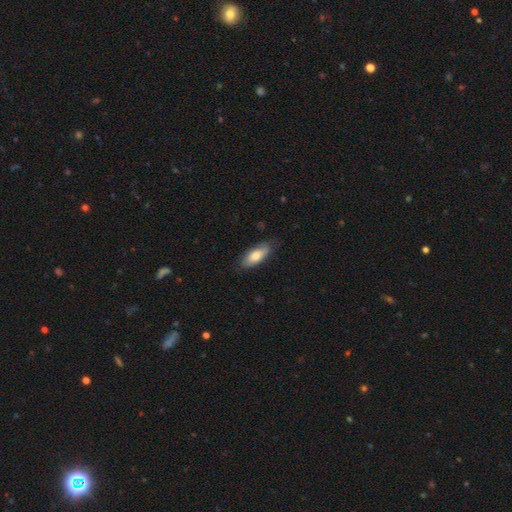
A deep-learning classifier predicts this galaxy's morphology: A smooth galaxy with no disk features (76%) that is in between round and cigar-shaped (78%). Merging: none (76%).